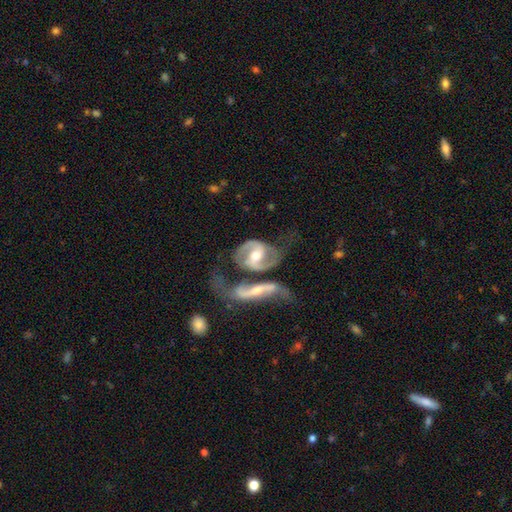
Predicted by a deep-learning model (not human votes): The model was most divided on "bar": weak: 42%, strong: 38%, no: 20%. Remaining: spiral arms — yes (96%); edge-on disk — no (95%); spiral arm count — 2 (91%); smooth or featured — featured or disk (89%); bulge size — moderate (69%); spiral winding — medium (54%); merging — merger (44%).